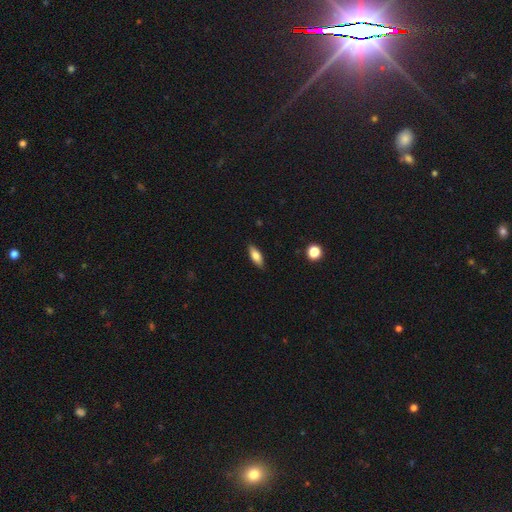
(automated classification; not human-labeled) This is likely a smooth galaxy (76%). How rounded: likely in between (71%). Merging: clearly none (88%).